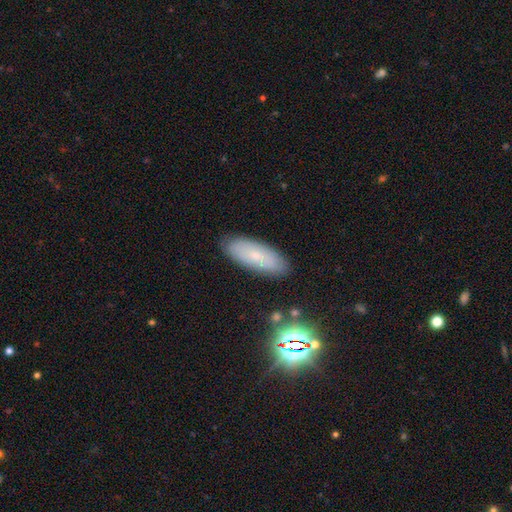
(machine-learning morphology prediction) type=smooth (64%); roundness=in between (73%); merging=none (85%).